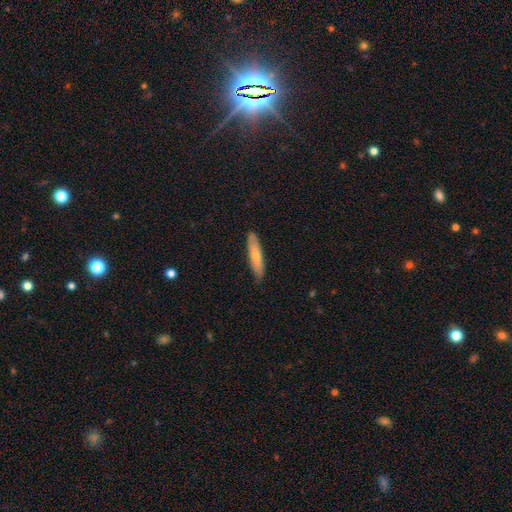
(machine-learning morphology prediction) This is likely a smooth galaxy (67%). How rounded: clearly cigar-shaped (82%). Merging: clearly none (86%).